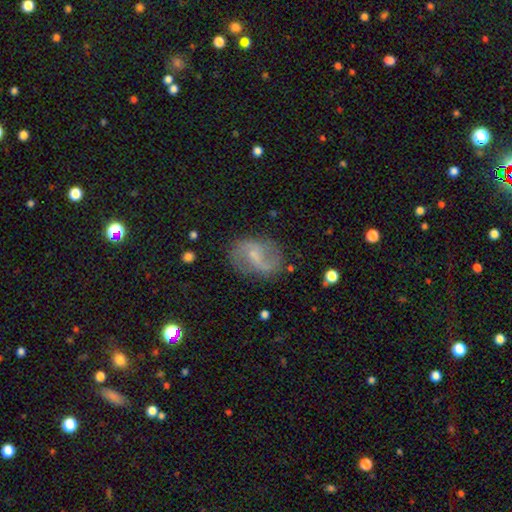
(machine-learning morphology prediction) This appears to be a featured or disk galaxy (73%) with a weak bar (51%), 2 (88%) loose (53%) spiral arms (90%) and a small central bulge (58%). Merging: none (73%).